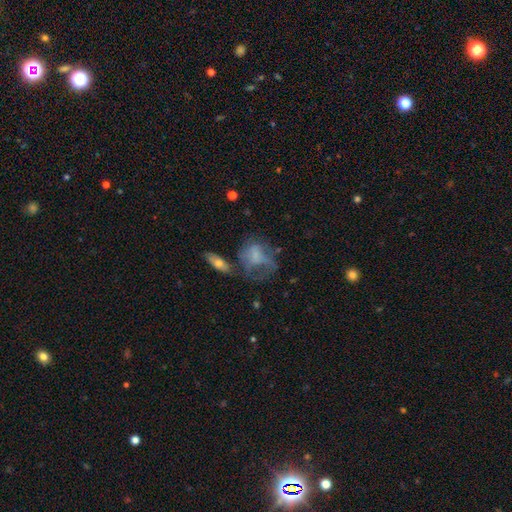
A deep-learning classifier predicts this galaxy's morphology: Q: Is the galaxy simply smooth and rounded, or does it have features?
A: smooth — 50%.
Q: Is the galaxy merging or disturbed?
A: major disturbance — 42%.